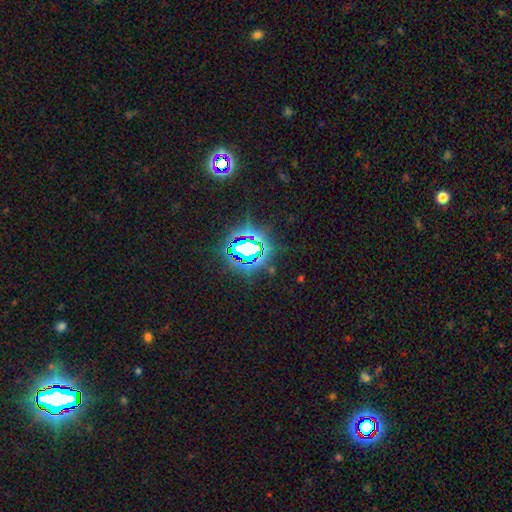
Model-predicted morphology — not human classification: Smooth or featured? star or artifact (80%)